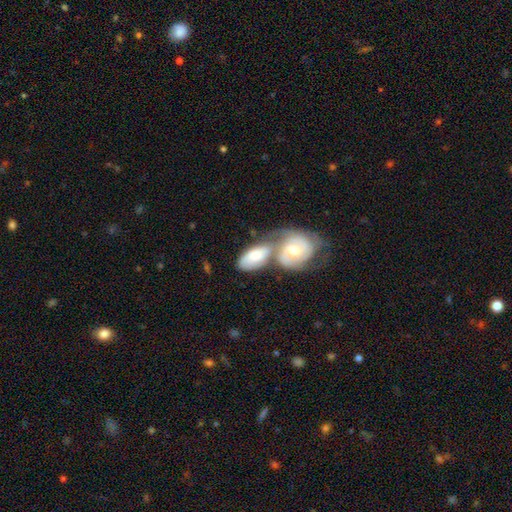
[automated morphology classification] Smooth or featured? Predicted: smooth (p=0.51). How rounded? Predicted: in between (p=0.90). Merging? Predicted: merger (p=0.62).